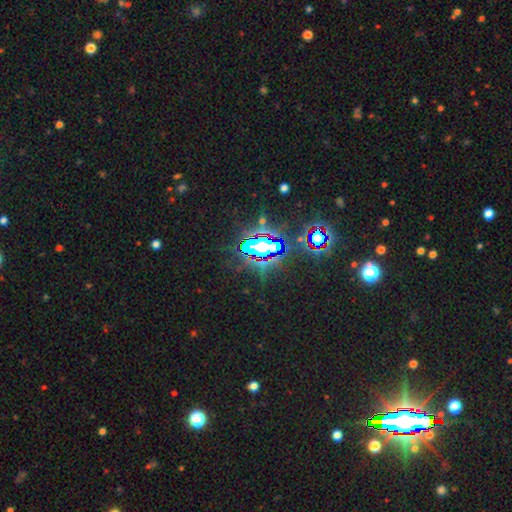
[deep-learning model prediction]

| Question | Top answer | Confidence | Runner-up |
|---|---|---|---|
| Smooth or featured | star or artifact | 82% | smooth (10%) |